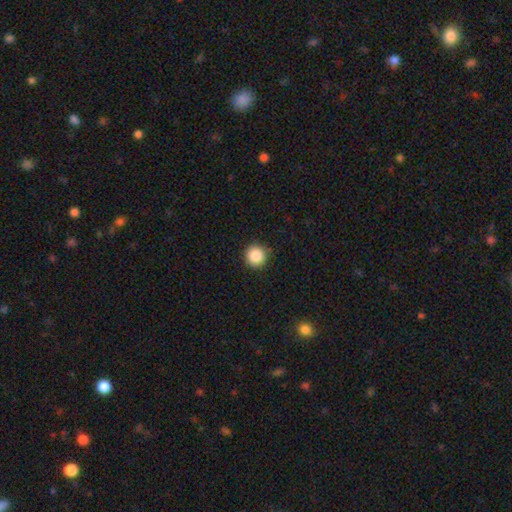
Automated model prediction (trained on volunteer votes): A smooth galaxy with no disk features (87%) that is round (96%). Merging: none (91%).